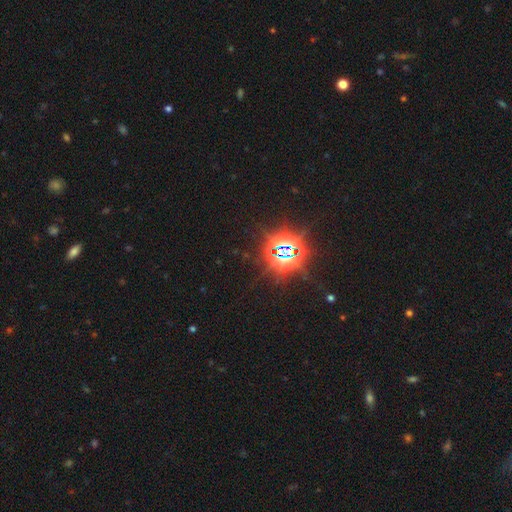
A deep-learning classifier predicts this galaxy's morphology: Smooth or featured? Predicted: star or artifact (p=0.86).